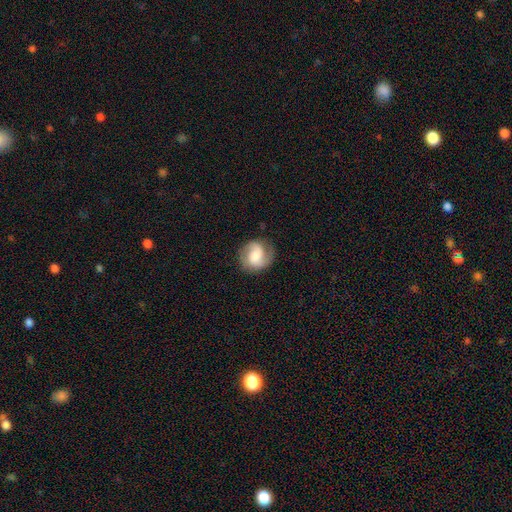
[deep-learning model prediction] Smooth or featured: featured or disk — 56% (smooth — 36%)
Edge-on disk: no — 98% (yes — 2%)
Bar: no — 47% (weak — 40%)
Spiral arms: yes — 91% (no — 9%)
Spiral winding: medium — 47% (tight — 28%)
Spiral arm count: 2 — 81% (can't tell — 7%)
Bulge size: moderate — 36% (small — 25%)
Merging: none — 76% (minor disturbance — 16%)